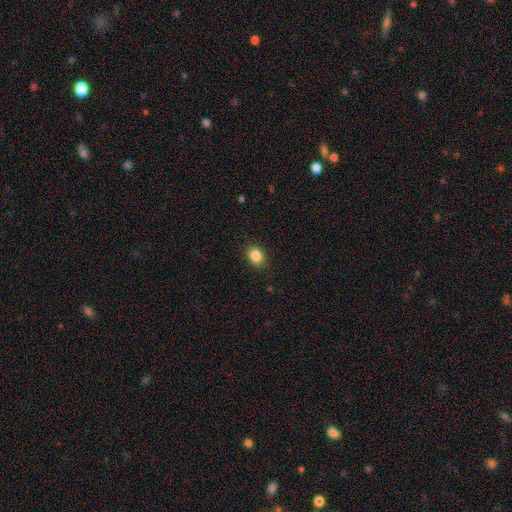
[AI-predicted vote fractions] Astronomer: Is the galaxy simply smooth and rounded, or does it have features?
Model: smooth — 86%.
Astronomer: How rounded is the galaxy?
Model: in between — 58% (runner-up: round, 41%).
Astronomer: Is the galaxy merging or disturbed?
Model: none — 88%.